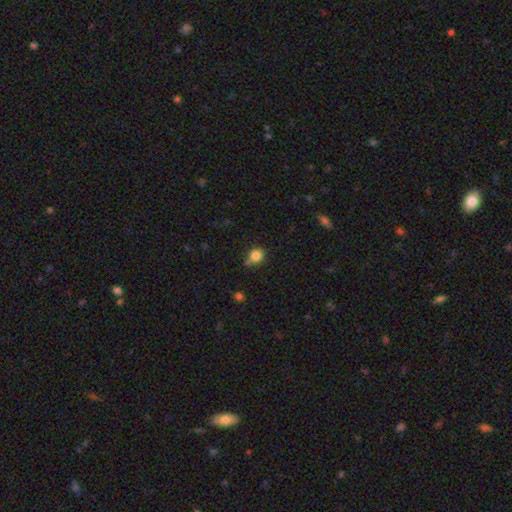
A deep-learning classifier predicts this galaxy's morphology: Smooth or featured: smooth — 83% (star or artifact — 12%)
How rounded: round — 86% (in between — 13%)
Merging: none — 70% (minor disturbance — 13%)